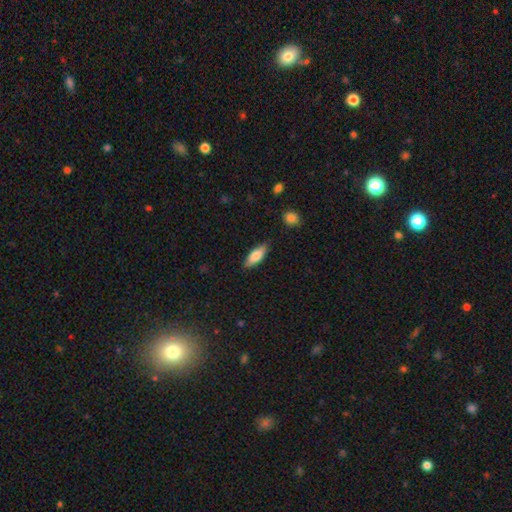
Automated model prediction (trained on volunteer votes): smooth_or_featured: smooth (p=0.79) [alt: featured or disk p=0.15]
how_rounded: in between (p=0.68) [alt: cigar-shaped p=0.31]
merging: none (p=0.83) [alt: minor disturbance p=0.13]